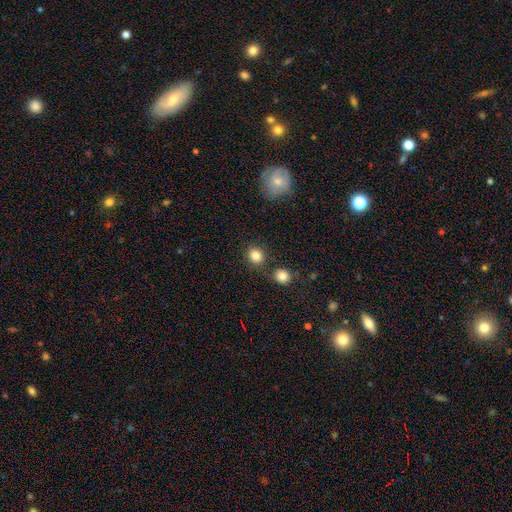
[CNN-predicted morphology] A smooth galaxy with no disk features (84%) that is round (81%). Merging: none (77%).